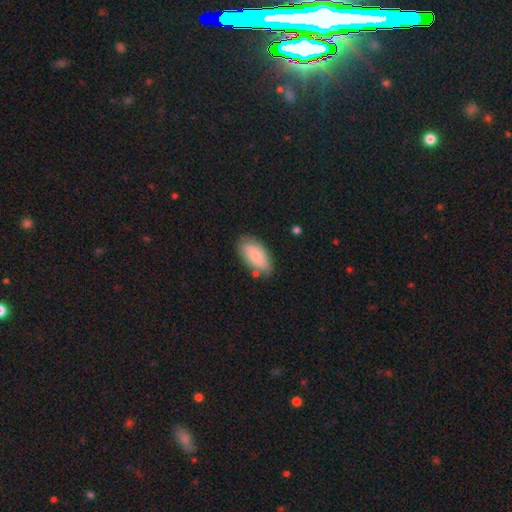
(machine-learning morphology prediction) Smooth or featured: smooth — 78% (featured or disk — 16%)
How rounded: in between — 92% (cigar-shaped — 6%)
Merging: none — 72% (minor disturbance — 19%)